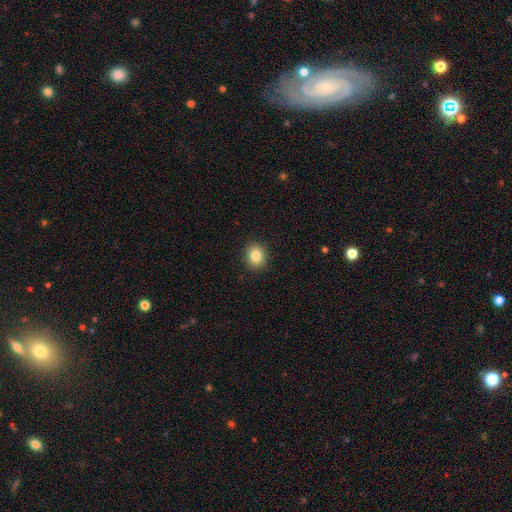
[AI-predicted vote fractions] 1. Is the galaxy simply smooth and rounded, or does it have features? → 84% smooth, 10% star or artifact, 7% featured or disk.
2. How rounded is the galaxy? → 62% round, 37% in between, 1% cigar-shaped.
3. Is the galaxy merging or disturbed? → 91% none, 7% minor disturbance, 2% major disturbance, 1% merger.